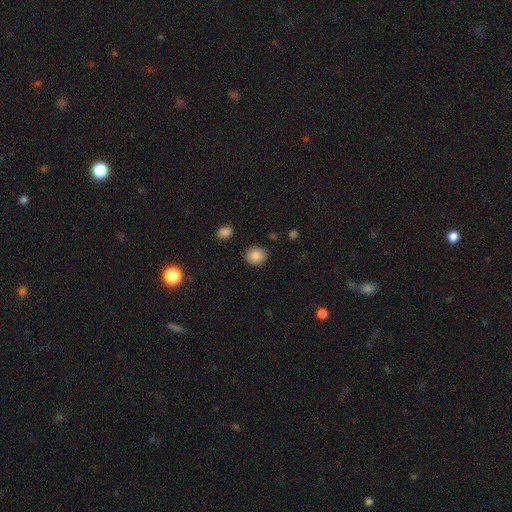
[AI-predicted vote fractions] smooth-or-featured: smooth: 87% | star or artifact: 9% | featured or disk: 4%
  how-rounded: round: 69% | in between: 30% | cigar-shaped: 1%
  merging: none: 88% | minor disturbance: 8% | major disturbance: 2% | merger: 2%